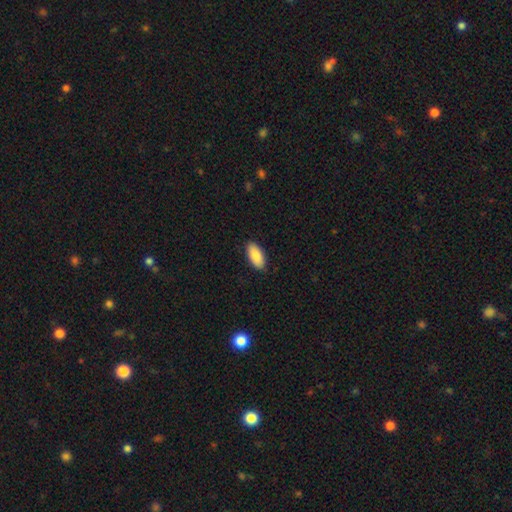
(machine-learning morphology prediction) Smooth or featured: smooth — 87% (featured or disk — 7%)
How rounded: in between — 91% (cigar-shaped — 7%)
Merging: none — 89% (minor disturbance — 8%)